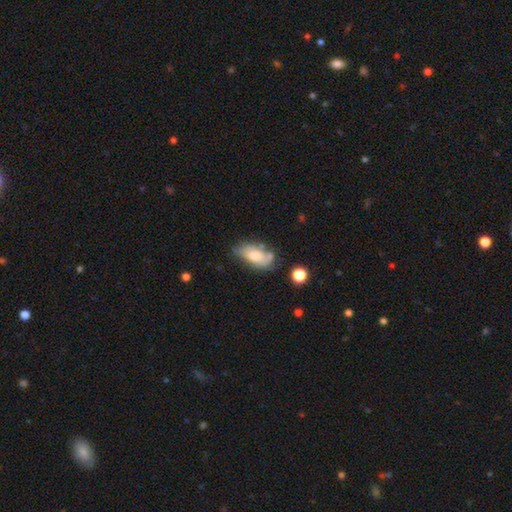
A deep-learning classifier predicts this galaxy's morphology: This appears to be a smooth galaxy with no disk features (68%) that is in between round and cigar-shaped (89%). Merging: none (48%).